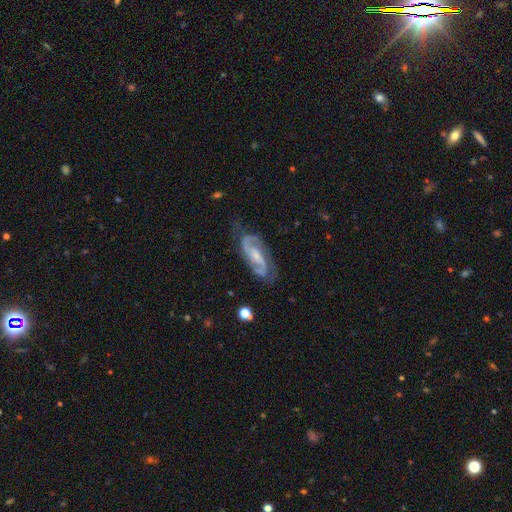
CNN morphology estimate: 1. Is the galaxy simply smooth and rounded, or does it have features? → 88% featured or disk, 6% smooth, 5% star or artifact.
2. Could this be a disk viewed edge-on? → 95% no, 5% yes.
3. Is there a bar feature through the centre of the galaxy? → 44% weak, 38% no, 18% strong.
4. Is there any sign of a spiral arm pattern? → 98% yes, 2% no.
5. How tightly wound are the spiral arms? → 53% medium, 33% tight, 14% loose.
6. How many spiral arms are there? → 89% 2, 4% can't tell, 3% 3, 2% 1, 1% 4, 1% more than 4.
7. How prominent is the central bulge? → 51% small, 34% moderate, 11% none, 3% large, 1% dominant.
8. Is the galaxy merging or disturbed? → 73% none, 18% minor disturbance, 7% major disturbance, 2% merger.